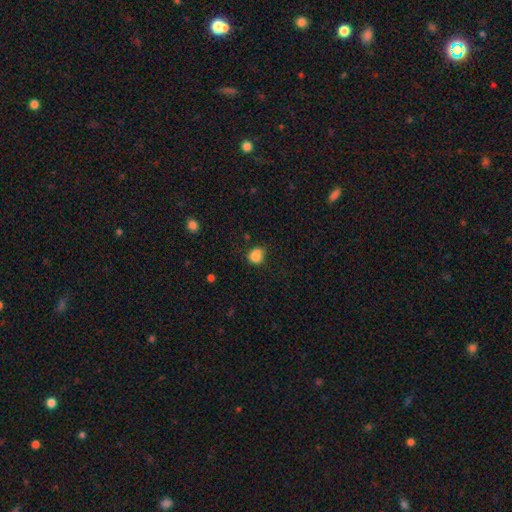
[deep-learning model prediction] Smooth or featured?
  - smooth: 83% *
  - star or artifact: 11%
  - featured or disk: 6%
How rounded?
  - round: 63% *
  - in between: 36%
  - cigar-shaped: 1%
Merging?
  - none: 54% *
  - minor disturbance: 31%
  - major disturbance: 8%
  - merger: 7%